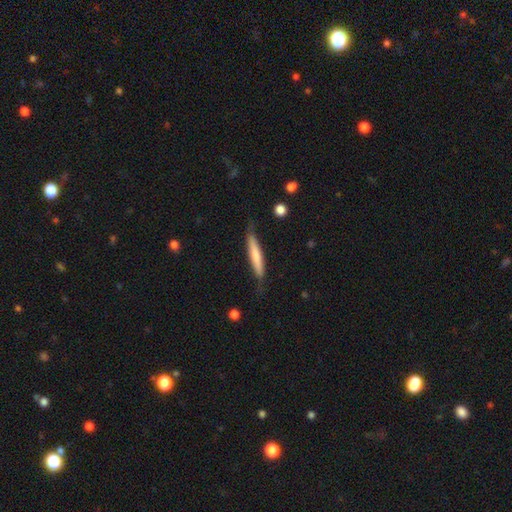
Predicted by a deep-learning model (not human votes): This is likely a smooth galaxy (65%). How rounded: clearly cigar-shaped (92%). Merging: likely none (72%).